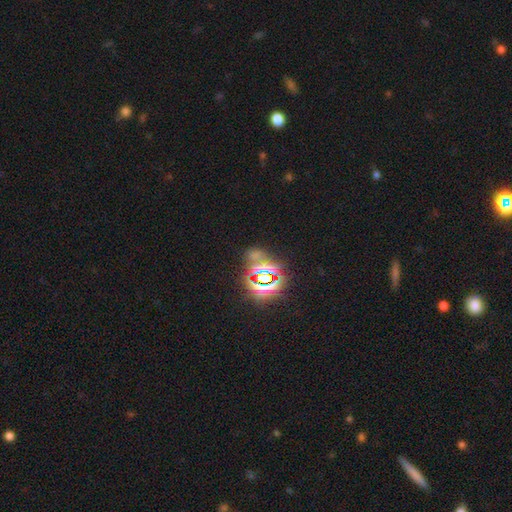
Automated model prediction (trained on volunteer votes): This appears to be a star or artifact, not a galaxy (74%).